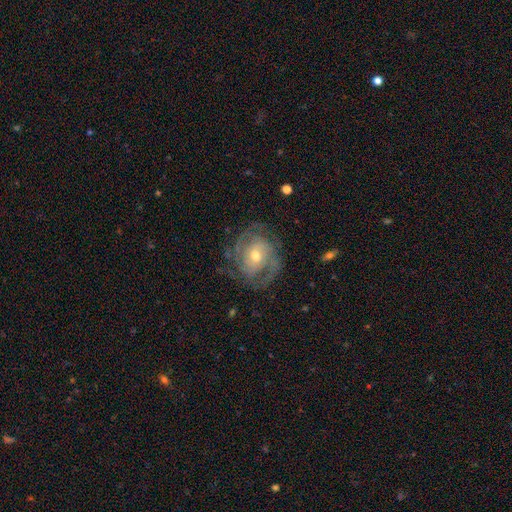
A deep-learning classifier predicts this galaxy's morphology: Overall: featured or disk (86%). Edge-on disk: no (98%). Bar: no (59%; weak 32%). Spiral arms: yes (95%). Spiral arm count: 2 (35%; 3 25%). Spiral winding: tight (52%; medium 39%). Bulge size: moderate (59%; small 35%). Merging: none (73%).